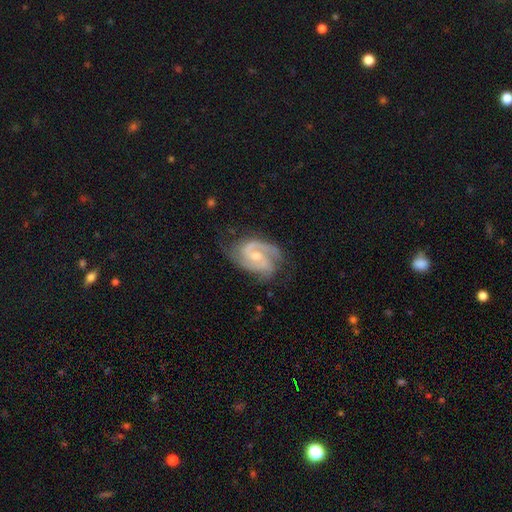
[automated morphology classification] This appears to be a featured or disk galaxy (90%) with no bar (50%), 2 (60%) medium (51%) spiral arms (98%) and a moderate central bulge (48%, tied with small). Merging: none (68%).